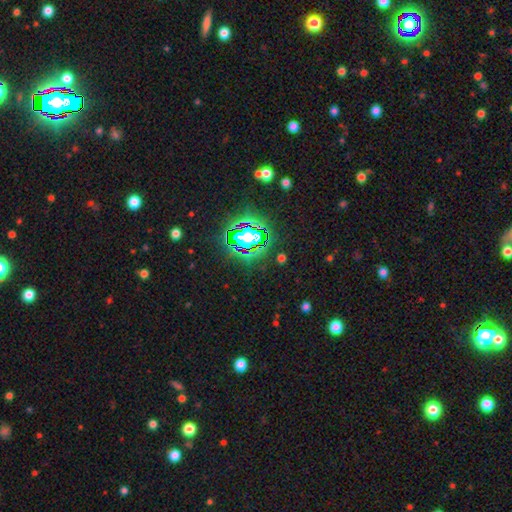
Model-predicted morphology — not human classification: smooth-or-featured: star or artifact: 79% | smooth: 13% | featured or disk: 8%